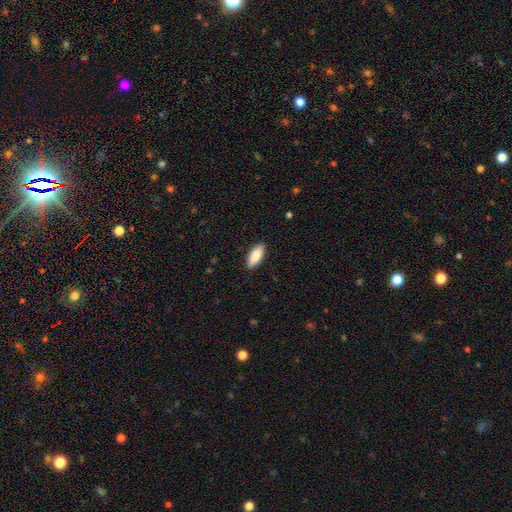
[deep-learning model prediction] Smooth or featured: smooth — 85% (featured or disk — 9%)
How rounded: in between — 81% (cigar-shaped — 17%)
Merging: none — 89% (minor disturbance — 8%)